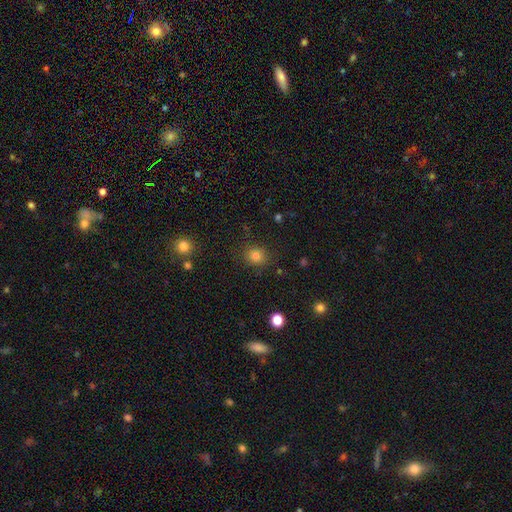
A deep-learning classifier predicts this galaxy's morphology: type=smooth (82%); roundness=round (80%); merging=none (85%).